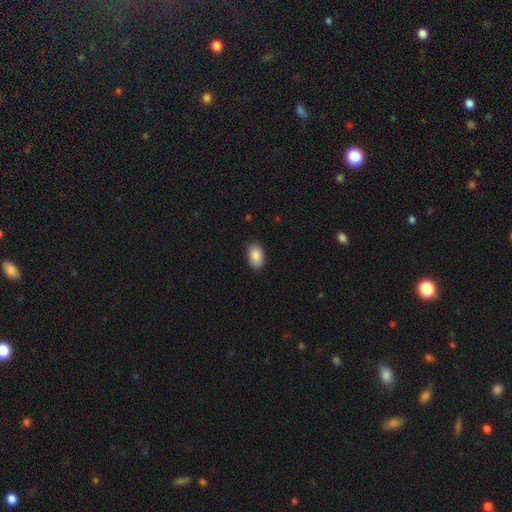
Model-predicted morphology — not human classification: type=smooth (88%); roundness=in between (92%); merging=none (84%).